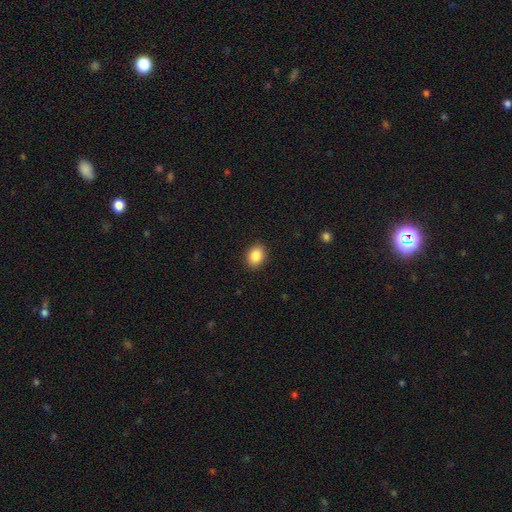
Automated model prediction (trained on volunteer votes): smooth 87%, star or artifact 8%, featured or disk 5%. Down the decision tree: how rounded — in between (67%); merging — none (90%).